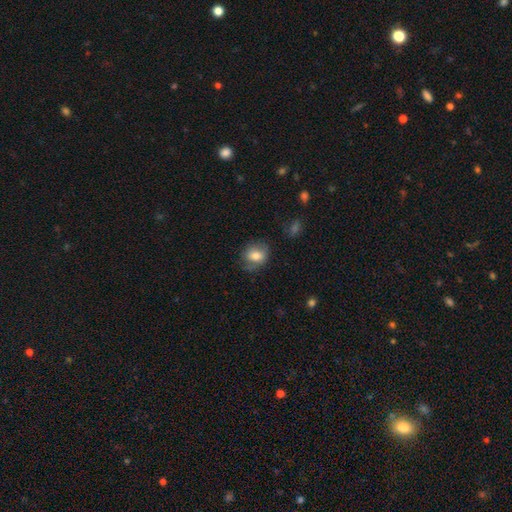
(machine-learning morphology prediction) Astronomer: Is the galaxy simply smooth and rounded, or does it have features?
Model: smooth — 76%.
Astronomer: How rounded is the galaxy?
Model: round — 54% (runner-up: in between, 45%).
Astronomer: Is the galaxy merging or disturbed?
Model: none — 69%.